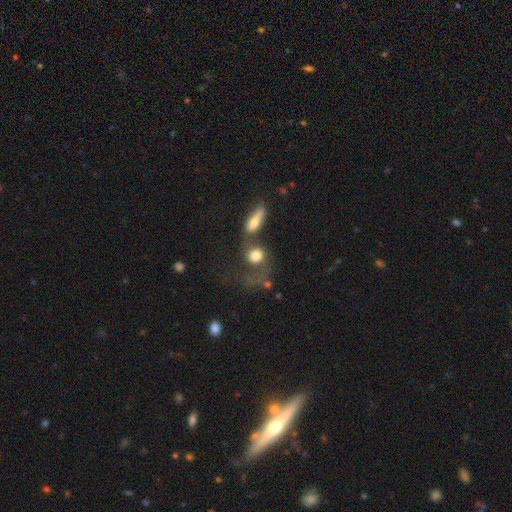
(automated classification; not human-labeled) This is likely a smooth galaxy (71%). How rounded: likely round (65%). Merging: marginally merger (42%).